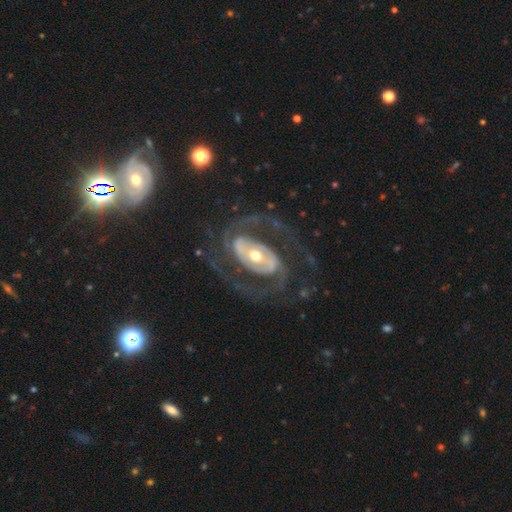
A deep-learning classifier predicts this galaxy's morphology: Smooth or featured? featured or disk (91%)
Edge-on disk? no (97%)
Bar? no (36%)
Spiral arms? yes (95%)
Spiral winding? medium (53%)
Spiral arm count? 2 (81%)
Bulge size? moderate (64%)
Merging? none (71%)